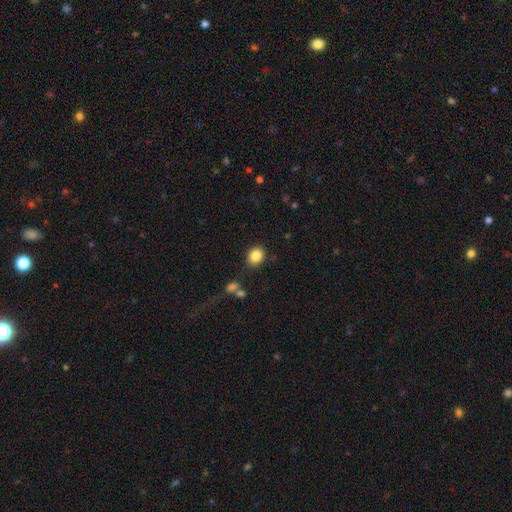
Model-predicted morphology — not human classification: Smooth or featured? Predicted: smooth (p=0.85). How rounded? Predicted: round (p=0.56). Merging? Predicted: none (p=0.82).